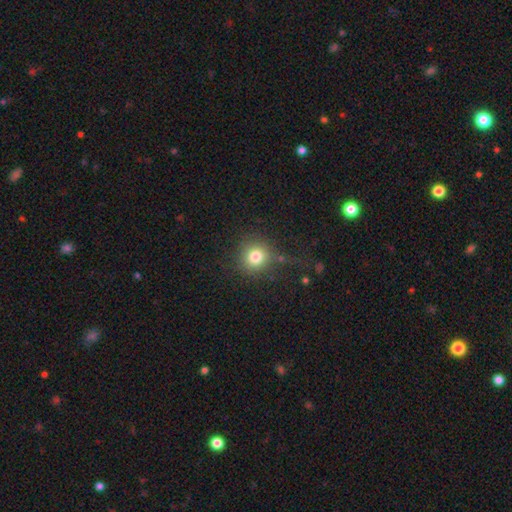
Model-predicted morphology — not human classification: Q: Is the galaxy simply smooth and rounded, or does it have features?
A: smooth — 79%.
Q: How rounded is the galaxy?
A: round — 92%.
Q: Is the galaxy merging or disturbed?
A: none — 76%.